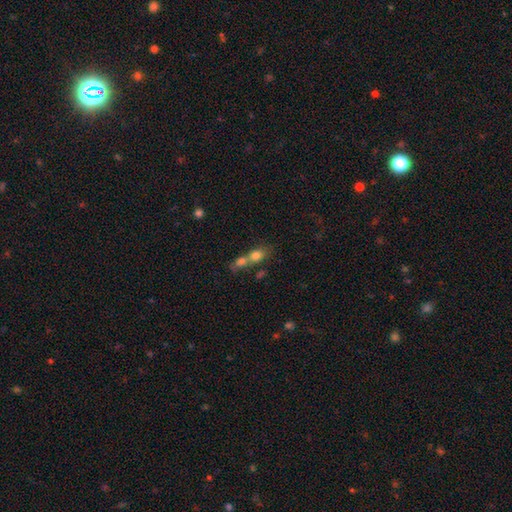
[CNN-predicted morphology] smooth-or-featured: smooth: 74% | featured or disk: 16% | star or artifact: 11%
  how-rounded: in between: 59% | round: 34% | cigar-shaped: 7%
  merging: merger: 68% | none: 21% | minor disturbance: 7% | major disturbance: 5%